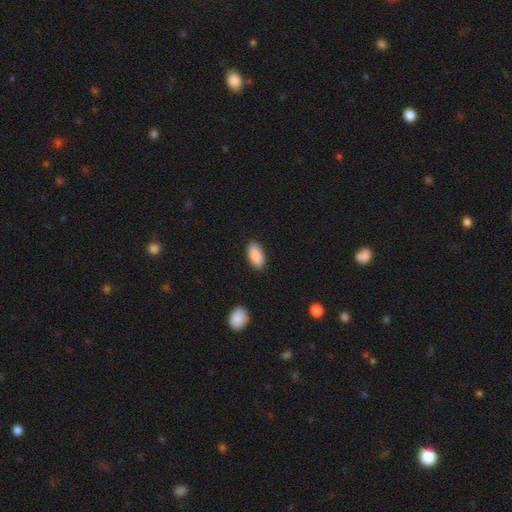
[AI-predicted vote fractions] This appears to be a smooth galaxy with no disk features (90%) that is in between round and cigar-shaped (94%). Merging: none (86%).